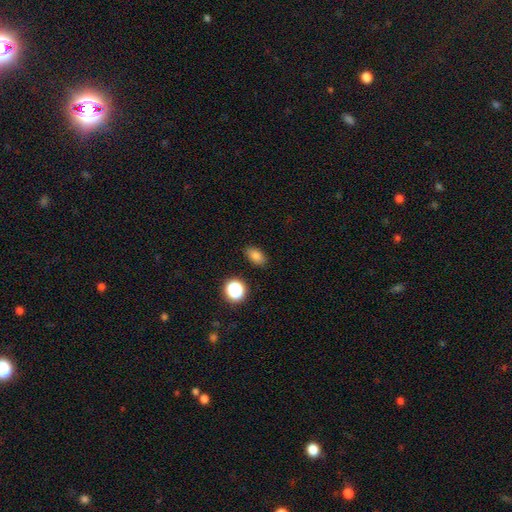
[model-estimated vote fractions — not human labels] smooth-or-featured: smooth: 82% | star or artifact: 12% | featured or disk: 5%
  how-rounded: in between: 84% | round: 14% | cigar-shaped: 2%
  merging: none: 85% | minor disturbance: 10% | major disturbance: 3% | merger: 2%